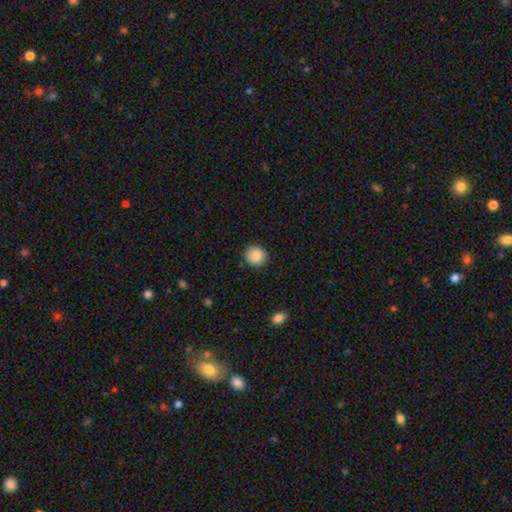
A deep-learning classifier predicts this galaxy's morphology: Smooth or featured: smooth — 88% (star or artifact — 8%)
How rounded: round — 90% (in between — 9%)
Merging: none — 89% (minor disturbance — 7%)